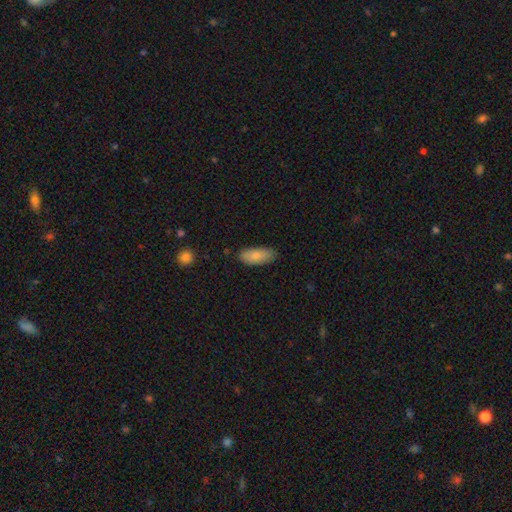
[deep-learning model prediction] A smooth galaxy with no disk features (83%) that is in between round and cigar-shaped (84%).

Vote fractions:
- Smooth or featured? smooth: 83% / featured or disk: 11% / star or artifact: 6%
- How rounded? in between: 84% / cigar-shaped: 14% / round: 2%
- Merging? none: 78% / minor disturbance: 17% / major disturbance: 3% / merger: 1%